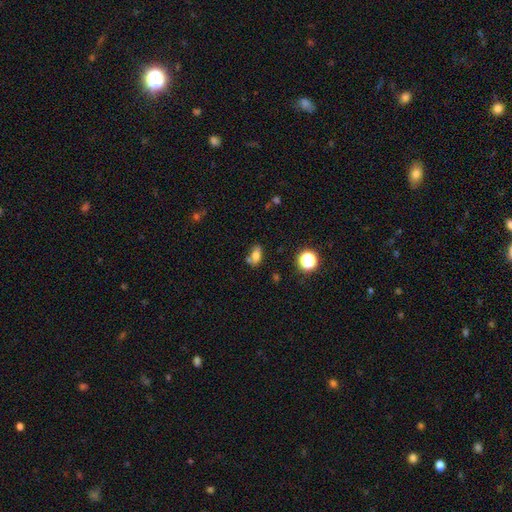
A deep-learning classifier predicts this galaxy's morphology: smooth 72%, featured or disk 14%, star or artifact 13%. Down the decision tree: how rounded — in between (80%); merging — none (58%).